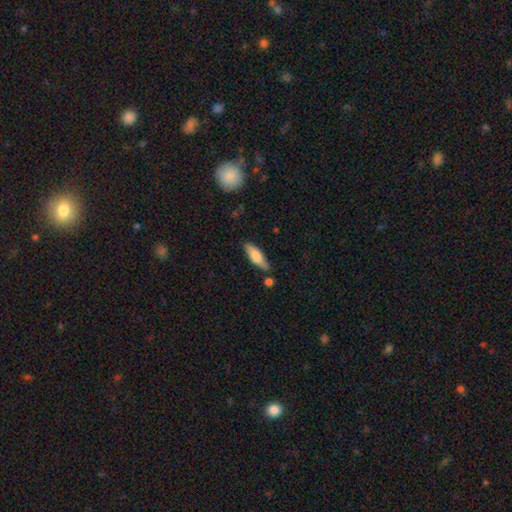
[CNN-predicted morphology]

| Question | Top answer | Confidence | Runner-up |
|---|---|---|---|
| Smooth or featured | smooth | 70% | featured or disk (24%) |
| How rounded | in between | 50% | cigar-shaped (48%) |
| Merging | none | 79% | minor disturbance (14%) |